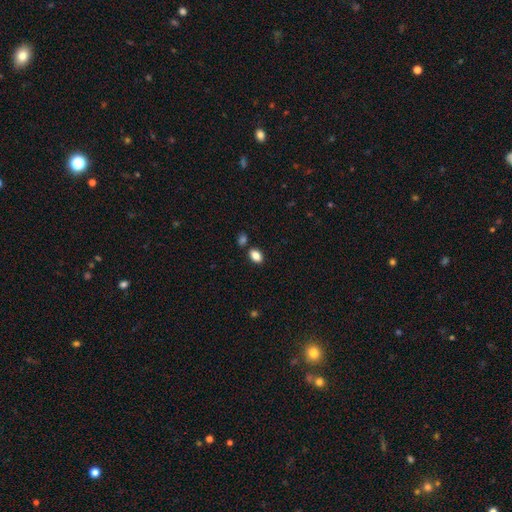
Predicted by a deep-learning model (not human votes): This is clearly a smooth galaxy (86%). How rounded: clearly in between (87%). Merging: clearly none (80%).